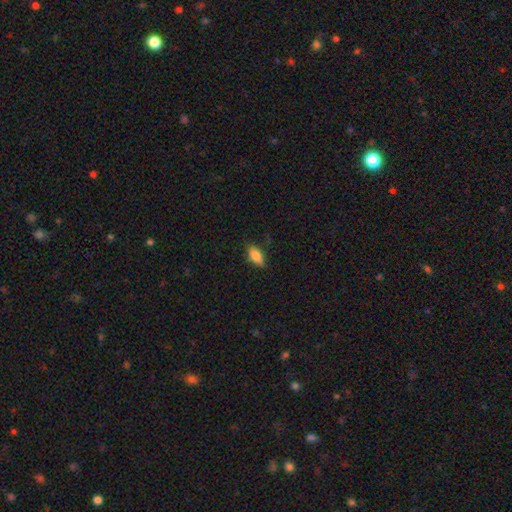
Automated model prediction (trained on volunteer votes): The model was most divided on "merging": none: 80%, minor disturbance: 16%, major disturbance: 3%, merger: 1%. More confident: how rounded — in between (85%); smooth or featured — smooth (82%).